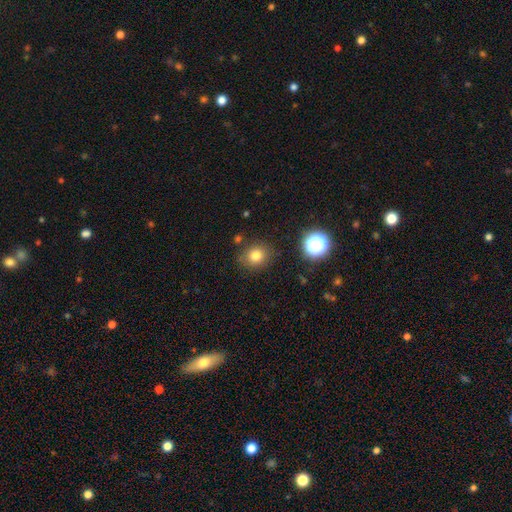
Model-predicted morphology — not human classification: Q: Smooth or featured?
A: smooth (79%); runner-up: star or artifact (14%)
Q: How rounded?
A: round (78%); runner-up: in between (21%)
Q: Merging?
A: none (83%); runner-up: minor disturbance (10%)